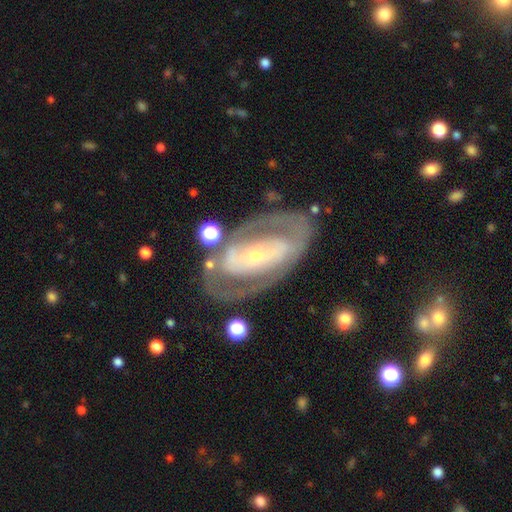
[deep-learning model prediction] smooth-or-featured: featured or disk: 79% | smooth: 15% | star or artifact: 5%
  disk-edge-on: no: 93% | yes: 7%
    bar: no: 44% | strong: 32% | weak: 24%
    has-spiral-arms: yes: 58% | no: 42%
    bulge-size: small: 66% | moderate: 28% | large: 3% | dominant: 1% | none: 1%
  merging: none: 71% | minor disturbance: 15% | major disturbance: 10% | merger: 3%